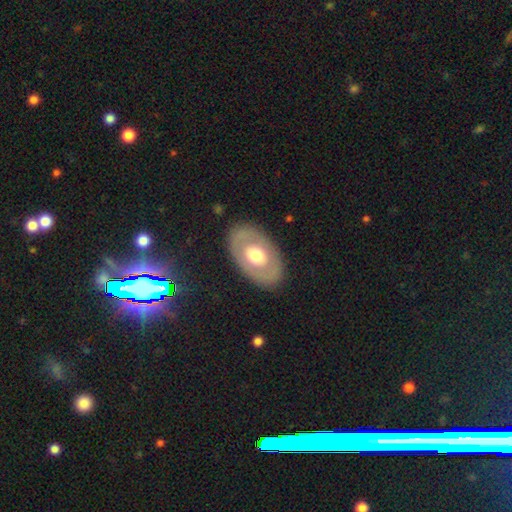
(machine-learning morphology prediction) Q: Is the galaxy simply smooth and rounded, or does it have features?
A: featured or disk — 47%, tied with smooth.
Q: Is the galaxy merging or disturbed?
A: none — 84%.